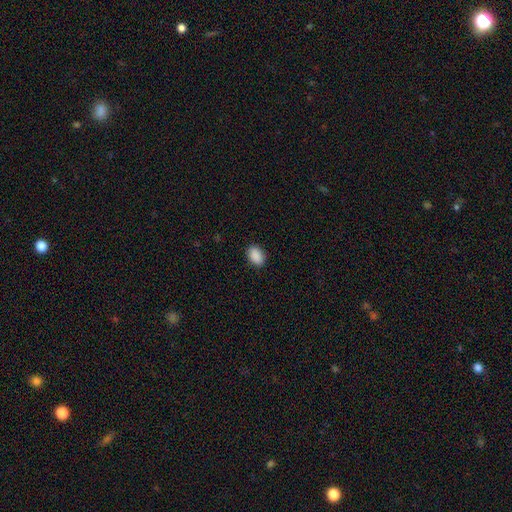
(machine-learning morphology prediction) Overall: smooth (90%). How rounded: in between (85%). Merging: none (89%).